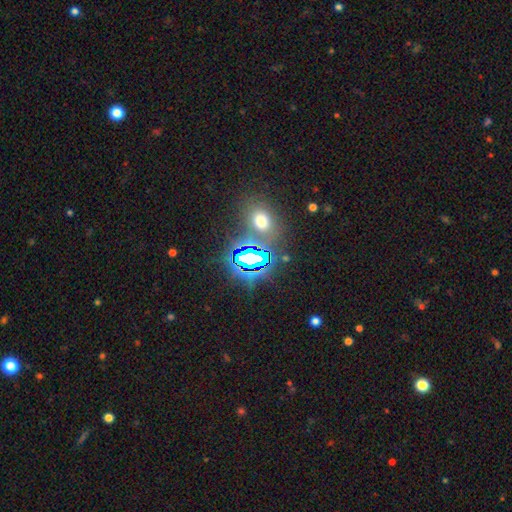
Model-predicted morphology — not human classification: A star or artifact, not a galaxy (66%).